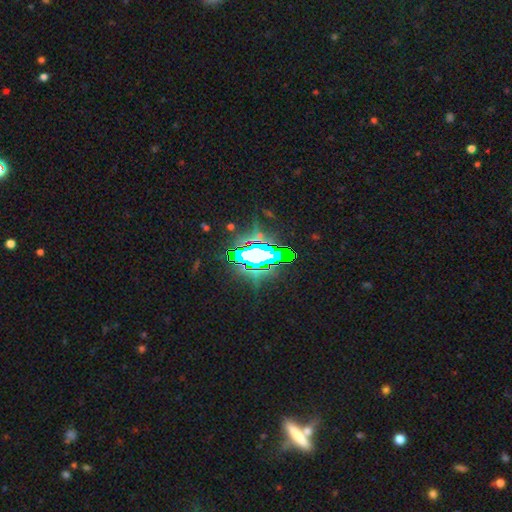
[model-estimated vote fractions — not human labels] star or artifact 71%, smooth 16%, featured or disk 14%.